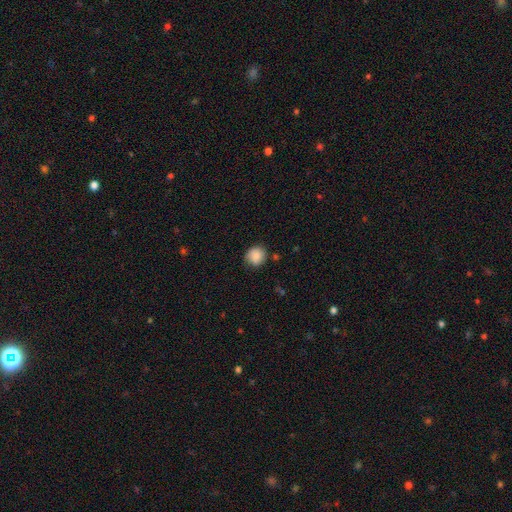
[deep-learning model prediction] This is clearly a smooth galaxy (84%). How rounded: clearly round (84%). Merging: likely none (77%).